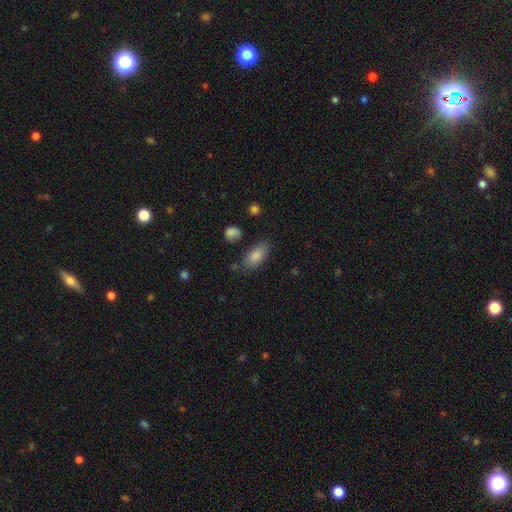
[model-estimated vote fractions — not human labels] Smooth or featured: smooth — 84% (featured or disk — 9%)
How rounded: in between — 89% (cigar-shaped — 7%)
Merging: none — 71% (minor disturbance — 19%)